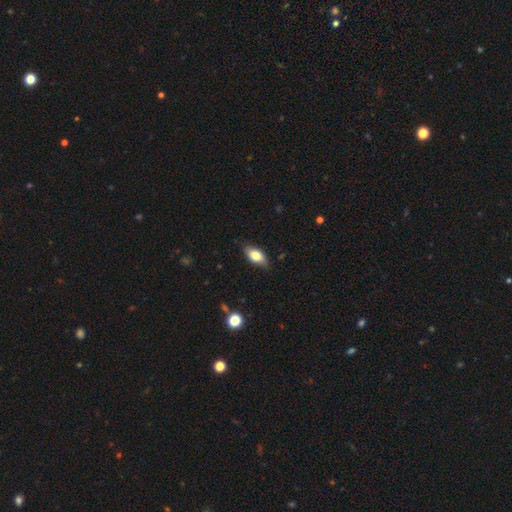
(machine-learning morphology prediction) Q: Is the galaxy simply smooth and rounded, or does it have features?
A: smooth — 75%.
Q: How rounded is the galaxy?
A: in between — 88%.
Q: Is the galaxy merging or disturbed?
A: none — 83%.